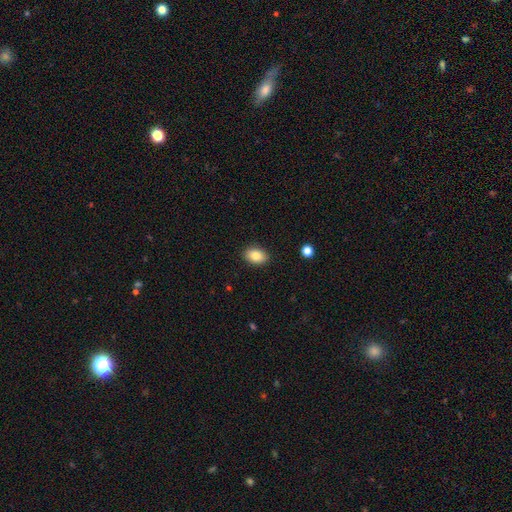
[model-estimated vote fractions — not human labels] Smooth or featured? Predicted: smooth (p=0.85). How rounded? Predicted: in between (p=0.81). Merging? Predicted: none (p=0.89).